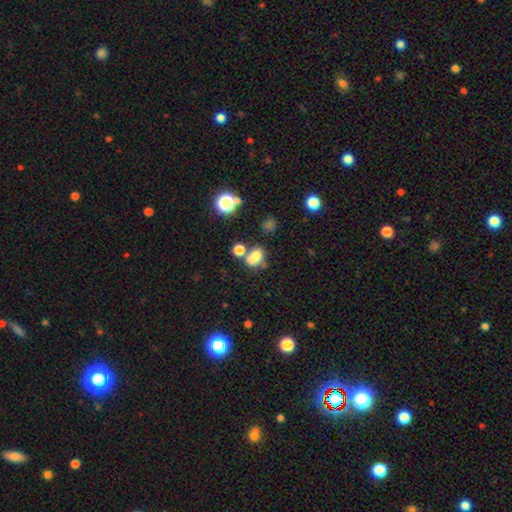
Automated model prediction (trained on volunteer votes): This is likely a smooth galaxy (73%). How rounded: likely in between (71%). Merging: marginally none (40%).